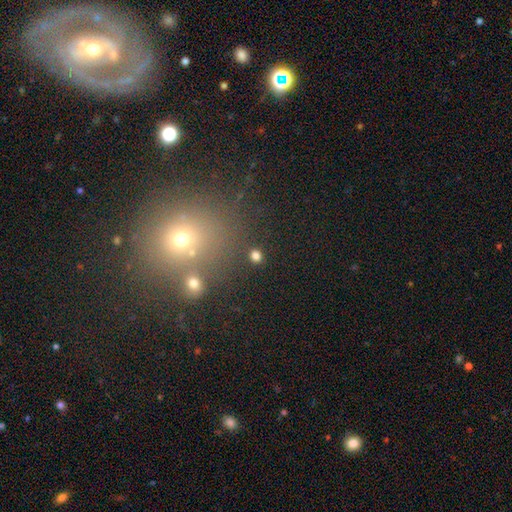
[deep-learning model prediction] Q: Smooth or featured?
A: smooth (80%); runner-up: star or artifact (15%)
Q: How rounded?
A: round (82%); runner-up: in between (16%)
Q: Merging?
A: none (87%); runner-up: minor disturbance (6%)